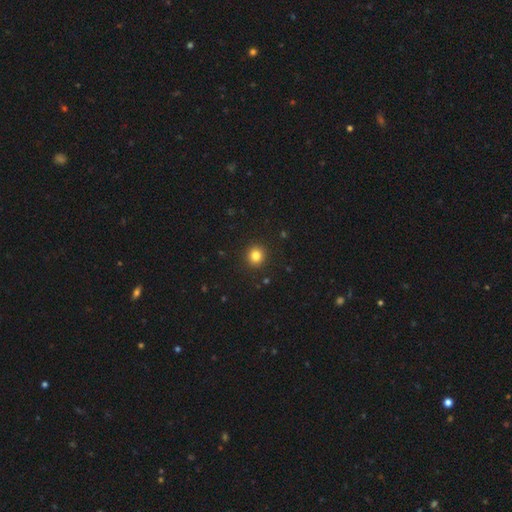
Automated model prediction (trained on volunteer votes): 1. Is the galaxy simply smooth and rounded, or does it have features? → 83% smooth, 12% star or artifact, 5% featured or disk.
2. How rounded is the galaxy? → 92% round, 7% in between, 1% cigar-shaped.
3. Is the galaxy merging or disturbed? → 92% none, 5% minor disturbance, 2% major disturbance, 1% merger.